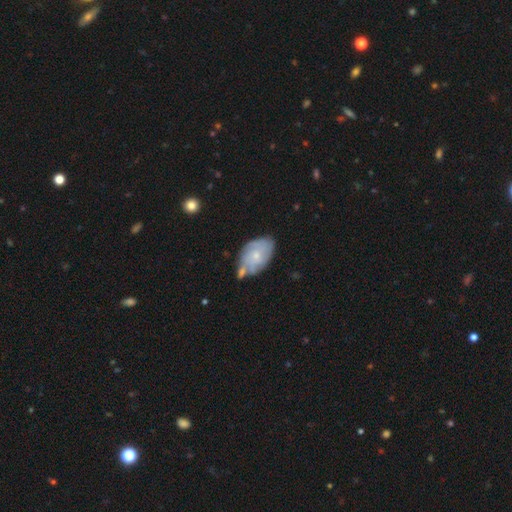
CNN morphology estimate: Q: Smooth or featured?
A: featured or disk (51%); runner-up: smooth (42%)
Q: Edge-on disk?
A: no (95%); runner-up: yes (5%)
Q: Merging?
A: none (49%); runner-up: minor disturbance (28%)